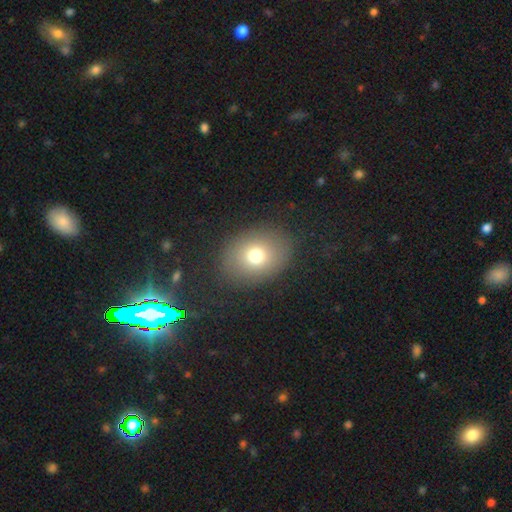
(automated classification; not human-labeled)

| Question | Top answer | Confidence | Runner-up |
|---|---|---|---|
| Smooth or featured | smooth | 73% | featured or disk (14%) |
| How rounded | in between | 58% | round (41%) |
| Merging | none | 83% | minor disturbance (10%) |